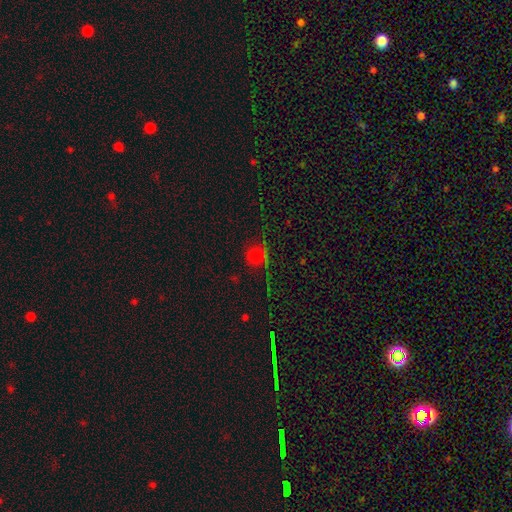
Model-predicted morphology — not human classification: This appears to be a smooth galaxy with no disk features (53%) that is round (81%). Merging: none (65%).